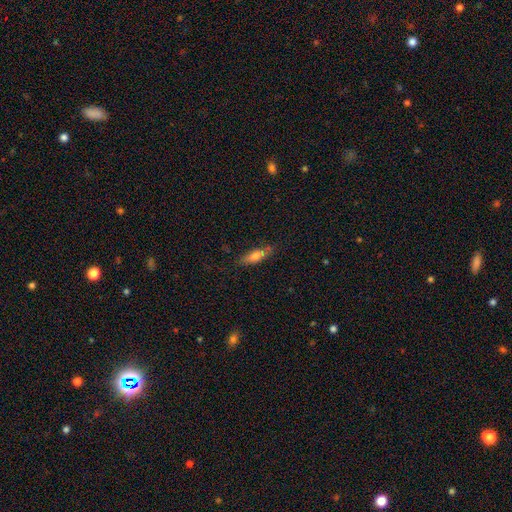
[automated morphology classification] smooth-or-featured: smooth: 68% | featured or disk: 24% | star or artifact: 8%
  how-rounded: cigar-shaped: 49% | in between: 48% | round: 2%
  merging: none: 73% | minor disturbance: 19% | major disturbance: 4% | merger: 4%